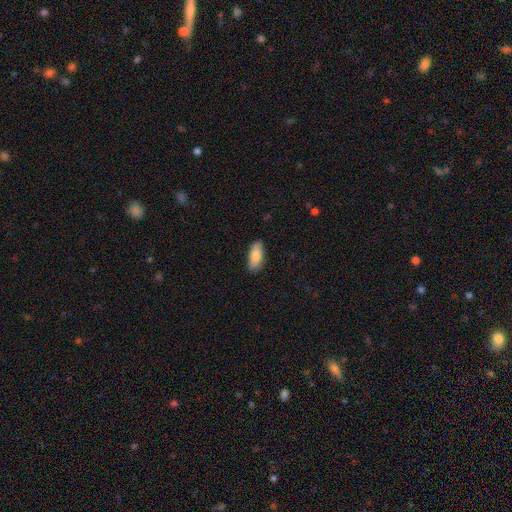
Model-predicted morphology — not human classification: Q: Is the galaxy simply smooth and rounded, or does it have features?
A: smooth — 80%.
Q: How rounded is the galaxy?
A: in between — 85%.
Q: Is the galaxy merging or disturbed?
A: none — 83%.